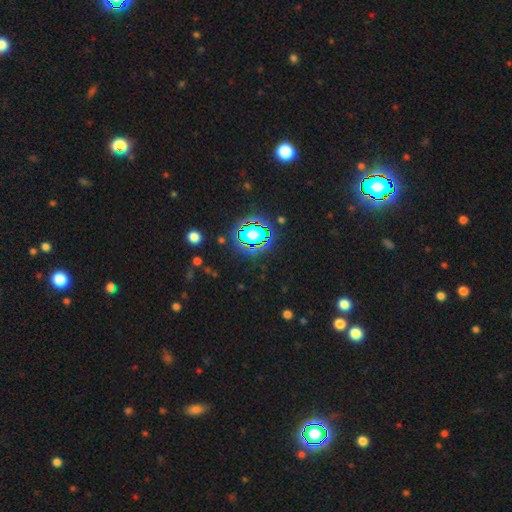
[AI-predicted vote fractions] Smooth or featured?
  - star or artifact: 81% *
  - smooth: 12%
  - featured or disk: 8%